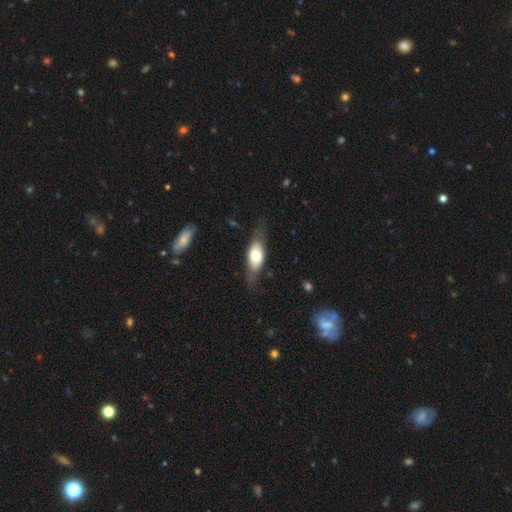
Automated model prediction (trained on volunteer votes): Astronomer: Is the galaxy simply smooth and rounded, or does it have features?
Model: smooth — 57% (runner-up: featured or disk, 37%).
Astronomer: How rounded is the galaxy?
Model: in between — 77%.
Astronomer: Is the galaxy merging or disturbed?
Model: none — 70%.